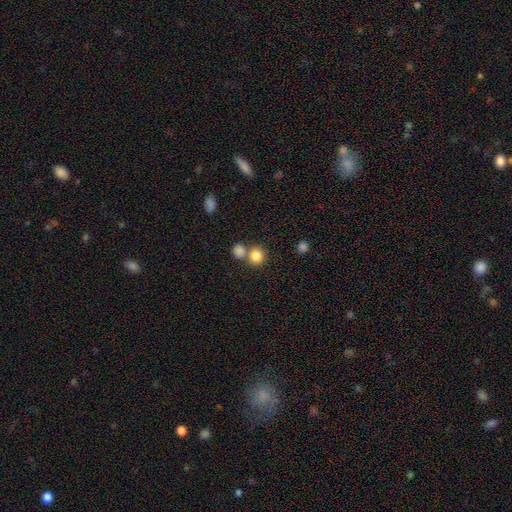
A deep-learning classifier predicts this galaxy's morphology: A smooth galaxy with no disk features (84%) that is round (86%).

Vote fractions:
- Smooth or featured? smooth: 84% / star or artifact: 10% / featured or disk: 6%
- How rounded? round: 86% / in between: 13% / cigar-shaped: 1%
- Merging? none: 57% / merger: 33% / minor disturbance: 8% / major disturbance: 3%